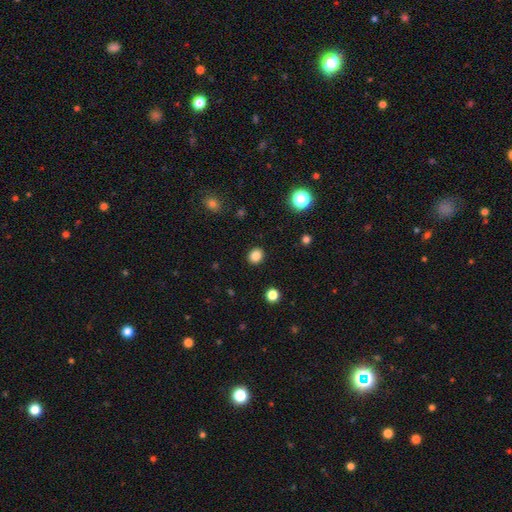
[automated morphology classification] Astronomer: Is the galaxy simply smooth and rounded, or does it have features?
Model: smooth — 85%.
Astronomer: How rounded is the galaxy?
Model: round — 71%.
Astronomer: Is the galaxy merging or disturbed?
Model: none — 90%.